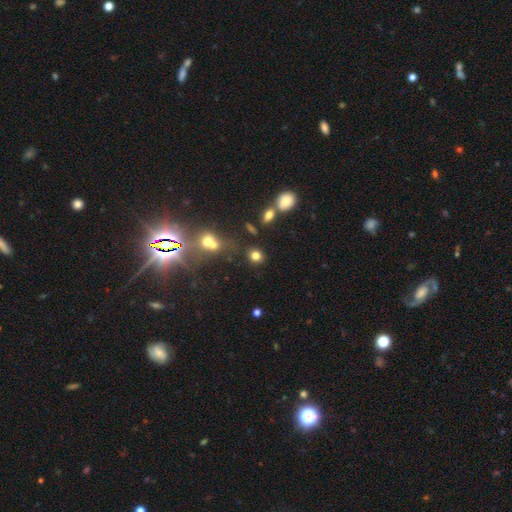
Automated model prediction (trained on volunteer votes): Smooth or featured? Predicted: smooth (p=0.78). How rounded? Predicted: round (p=0.71). Merging? Predicted: none (p=0.72).